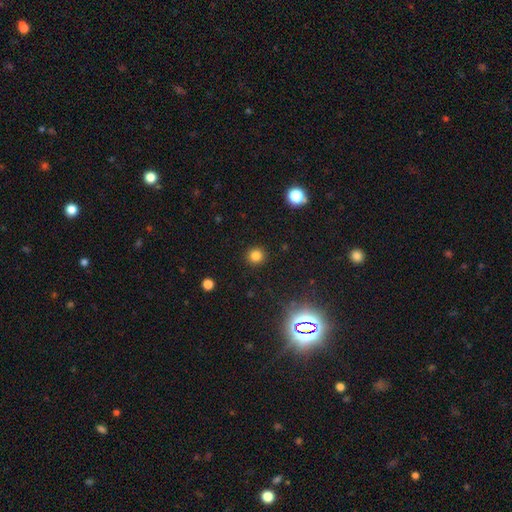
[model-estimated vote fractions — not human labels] Smooth or featured: smooth — 81% (star or artifact — 15%)
How rounded: round — 92% (in between — 7%)
Merging: none — 92% (minor disturbance — 5%)